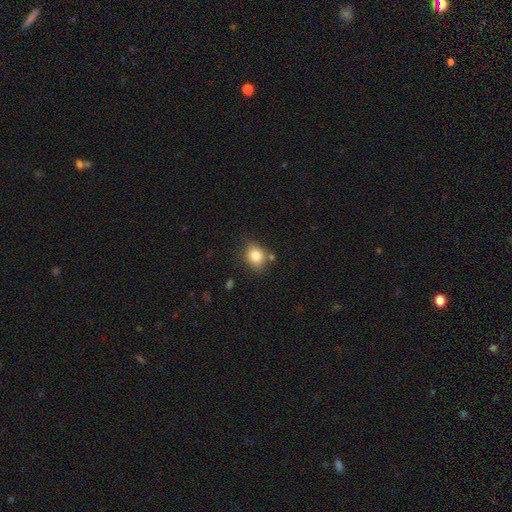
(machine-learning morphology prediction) This is clearly a smooth galaxy (82%). How rounded: possibly round (53%). Merging: likely none (72%).